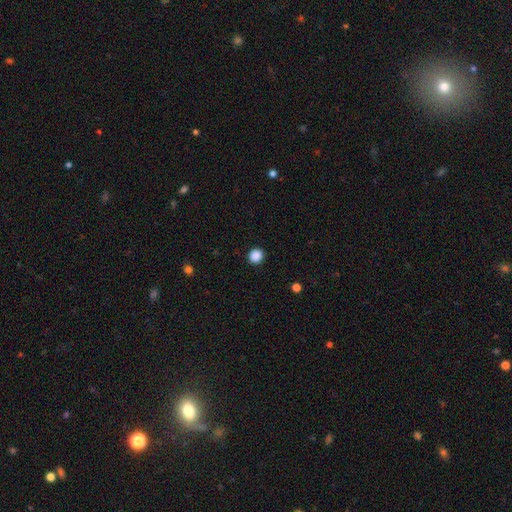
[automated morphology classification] Smooth or featured: smooth — 88% (star or artifact — 10%)
How rounded: round — 92% (in between — 7%)
Merging: none — 92% (minor disturbance — 5%)